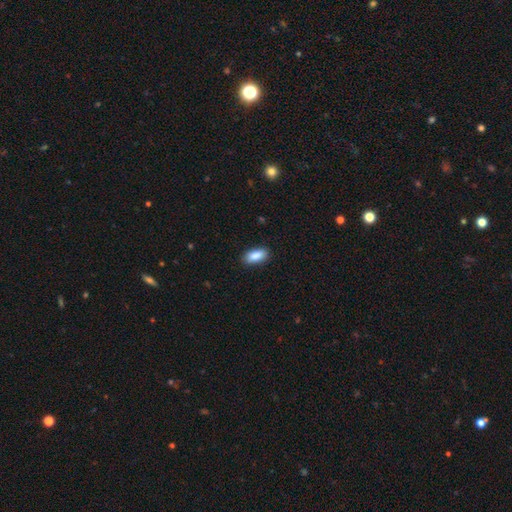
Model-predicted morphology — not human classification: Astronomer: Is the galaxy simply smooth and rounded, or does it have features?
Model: smooth — 89%.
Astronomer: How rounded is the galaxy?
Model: in between — 89%.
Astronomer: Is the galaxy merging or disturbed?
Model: none — 87%.